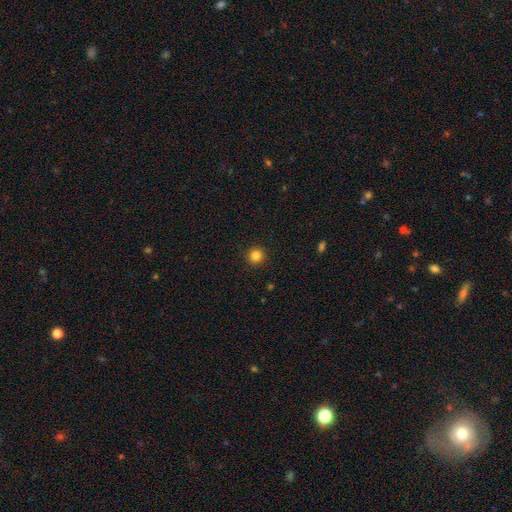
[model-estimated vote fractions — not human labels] smooth 84%, star or artifact 12%, featured or disk 4%. Down the decision tree: how rounded — round (96%); merging — none (93%).